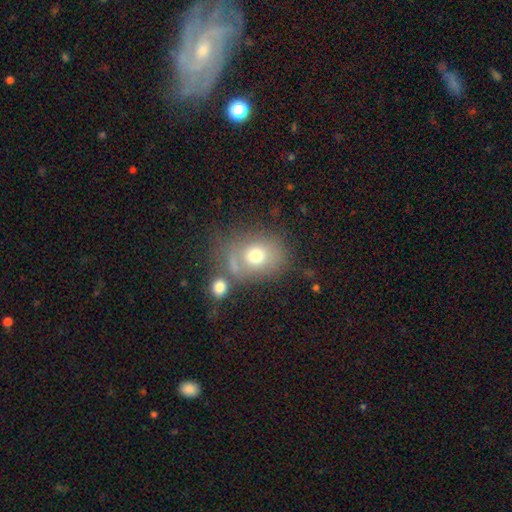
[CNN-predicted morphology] smooth-or-featured: smooth: 61% | featured or disk: 21% | star or artifact: 18%
  how-rounded: round: 61% | in between: 38% | cigar-shaped: 1%
  merging: none: 60% | merger: 18% | minor disturbance: 15% | major disturbance: 7%